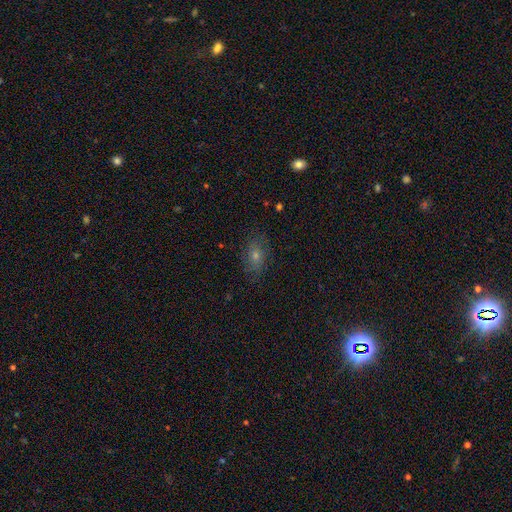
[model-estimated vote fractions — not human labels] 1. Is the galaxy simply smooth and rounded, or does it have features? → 61% smooth, 25% featured or disk, 14% star or artifact.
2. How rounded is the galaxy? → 77% in between, 20% round, 3% cigar-shaped.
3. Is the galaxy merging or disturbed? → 77% none, 16% minor disturbance, 5% major disturbance, 1% merger.